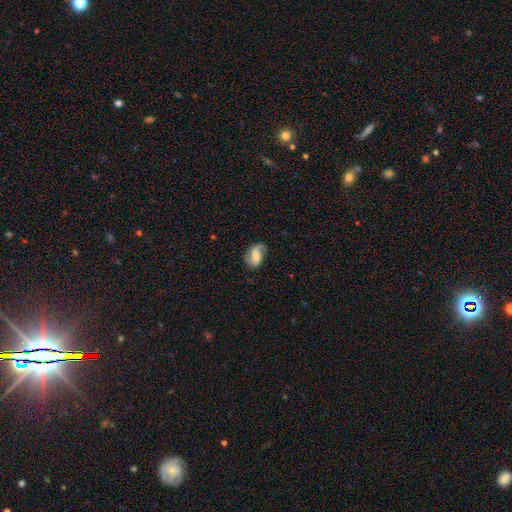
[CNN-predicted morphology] This is likely a featured or disk galaxy (71%). It is clearly not viewed edge-on (97%). Bar: possibly weak (46%). Spiral arm pattern: clearly yes (93%). Spiral arm count: likely 2 (78%). Spiral winding: possibly loose (50%). Central bulge: marginally moderate (30%). Merging: likely none (67%).